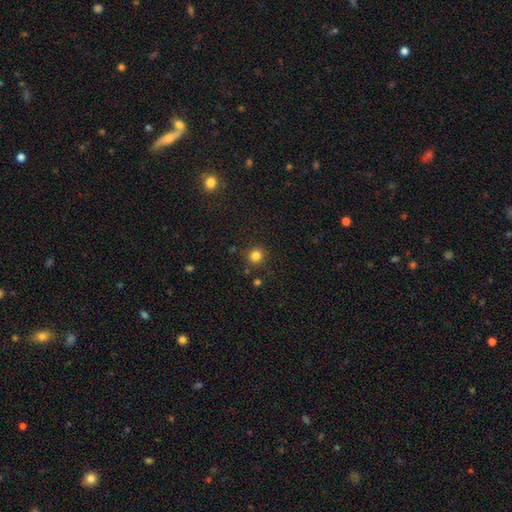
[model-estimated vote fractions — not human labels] A smooth galaxy with no disk features (82%) that is round (90%). Merging: none (87%).